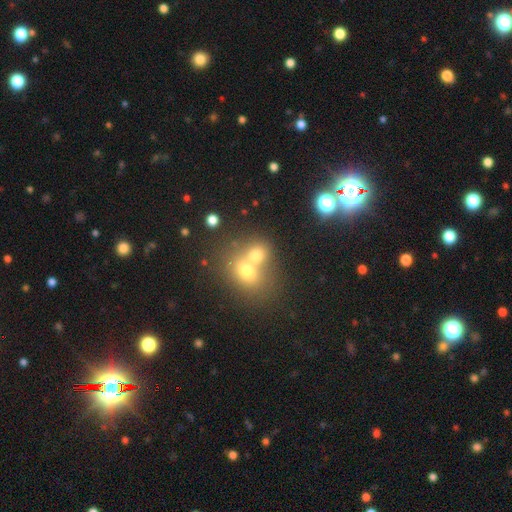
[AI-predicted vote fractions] The model was most divided on "how rounded": round: 53%, in between: 45%, cigar-shaped: 1%. More confident: smooth or featured — smooth (68%); merging — merger (63%).